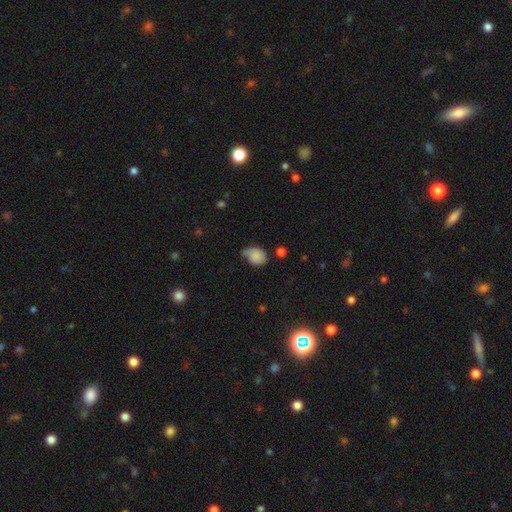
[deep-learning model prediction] Smooth or featured?
  - smooth: 73% *
  - featured or disk: 18%
  - star or artifact: 9%
How rounded?
  - in between: 63% *
  - round: 36%
  - cigar-shaped: 1%
Merging?
  - minor disturbance: 40% *
  - none: 36%
  - major disturbance: 19%
  - merger: 5%